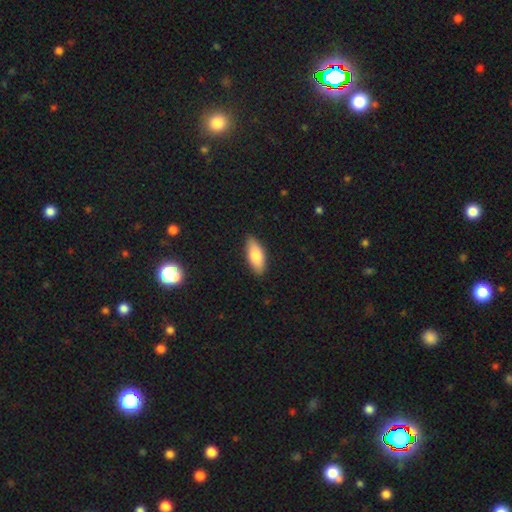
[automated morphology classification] This appears to be a smooth galaxy with no disk features (80%) that is in between round and cigar-shaped (78%). Merging: none (88%).